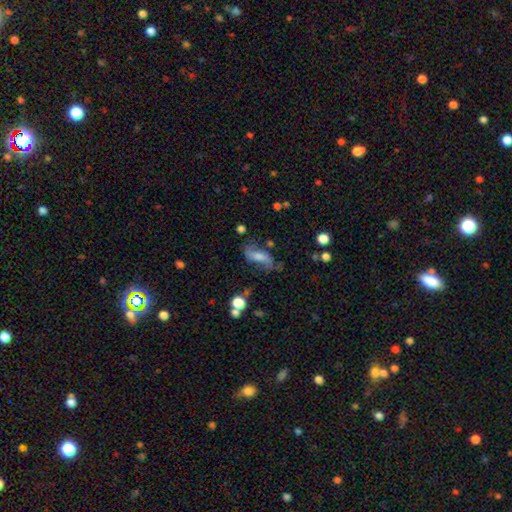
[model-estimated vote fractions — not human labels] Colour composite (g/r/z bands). It shows a featured or disk galaxy (59%) with a weak bar (40%), spiral arms (85%) and a moderate central bulge (46%). Merging: none (62%).